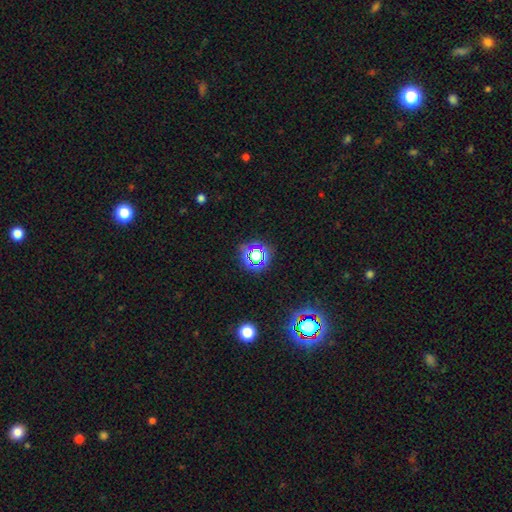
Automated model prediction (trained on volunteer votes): Smooth or featured? Predicted: star or artifact (p=0.64).